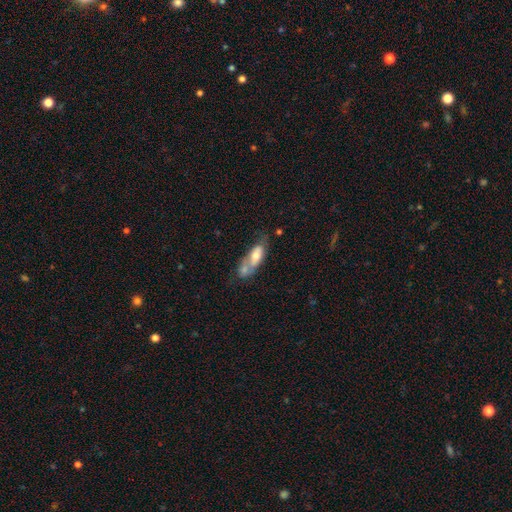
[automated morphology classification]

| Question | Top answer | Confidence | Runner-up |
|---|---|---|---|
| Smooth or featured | smooth | 58% | featured or disk (35%) |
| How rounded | in between | 72% | cigar-shaped (25%) |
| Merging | merger | 52% | none (22%) |